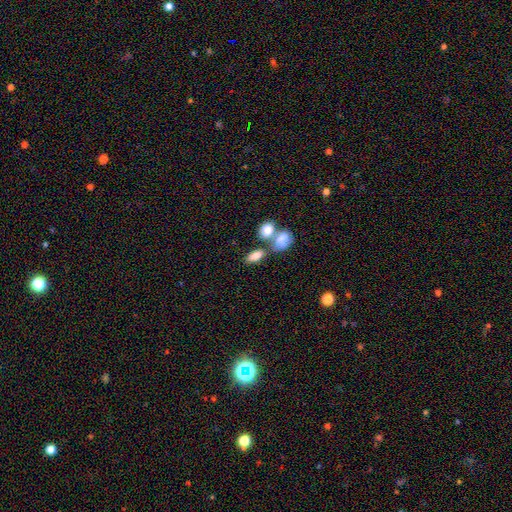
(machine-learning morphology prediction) type=smooth (80%); roundness=in between (86%); merging=none (44%).